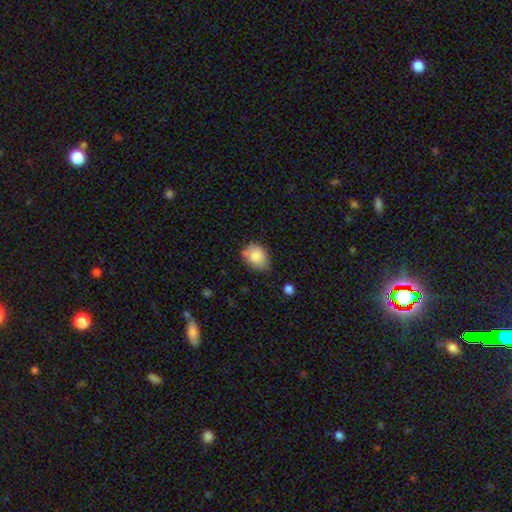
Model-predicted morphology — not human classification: A smooth galaxy with no disk features (83%) that is in between round and cigar-shaped (69%). Merging: none (61%).